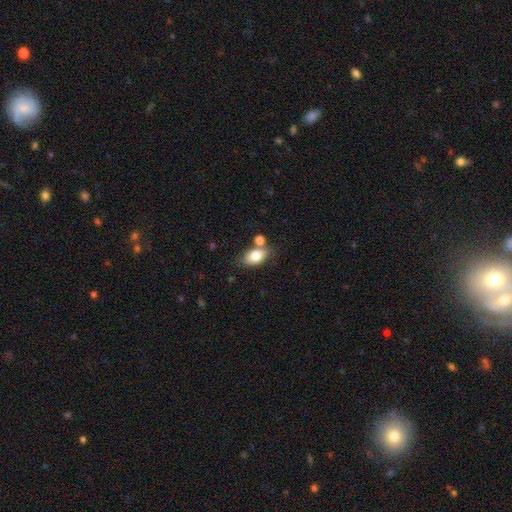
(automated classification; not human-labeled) smooth 79%, featured or disk 13%, star or artifact 8%. Down the decision tree: how rounded — in between (87%); merging — none (62%).